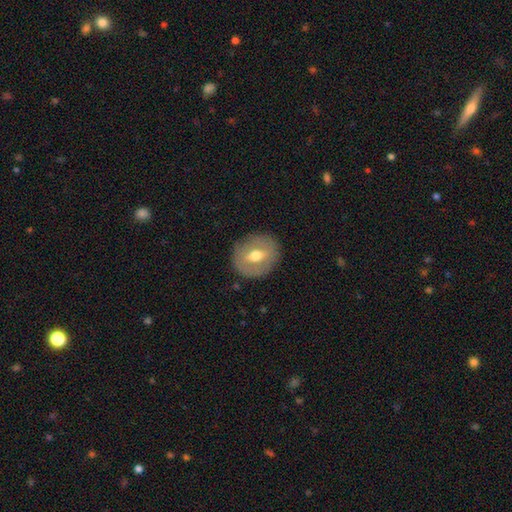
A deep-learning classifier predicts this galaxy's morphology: This is possibly a smooth galaxy (52%). How rounded: likely round (76%). Merging: clearly none (86%).